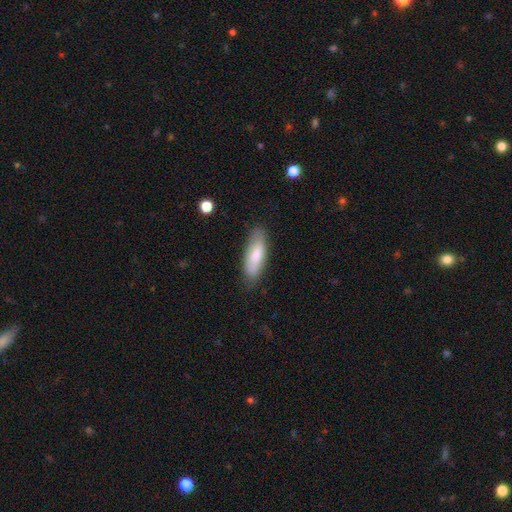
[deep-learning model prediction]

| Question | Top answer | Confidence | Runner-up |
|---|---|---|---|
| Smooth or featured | smooth | 78% | featured or disk (16%) |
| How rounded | in between | 62% | cigar-shaped (36%) |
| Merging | none | 81% | minor disturbance (14%) |